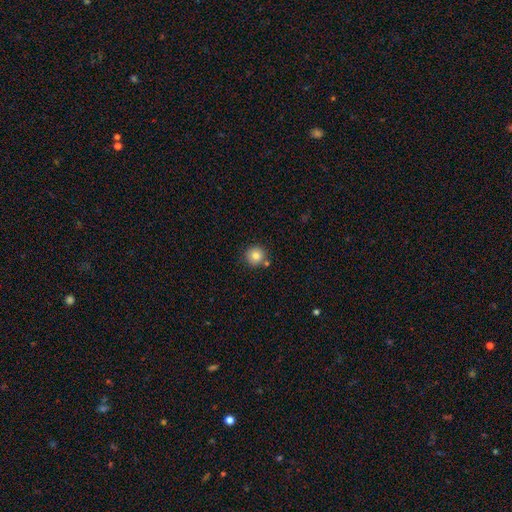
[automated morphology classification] Smooth or featured?
  - smooth: 82% *
  - star or artifact: 10%
  - featured or disk: 8%
How rounded?
  - round: 94% *
  - in between: 5%
  - cigar-shaped: 1%
Merging?
  - none: 79% *
  - merger: 10%
  - minor disturbance: 9%
  - major disturbance: 2%